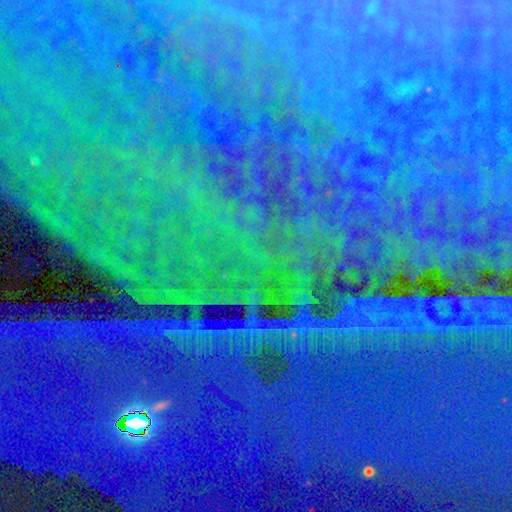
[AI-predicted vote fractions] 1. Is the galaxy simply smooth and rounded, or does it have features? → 87% star or artifact, 7% featured or disk, 6% smooth.